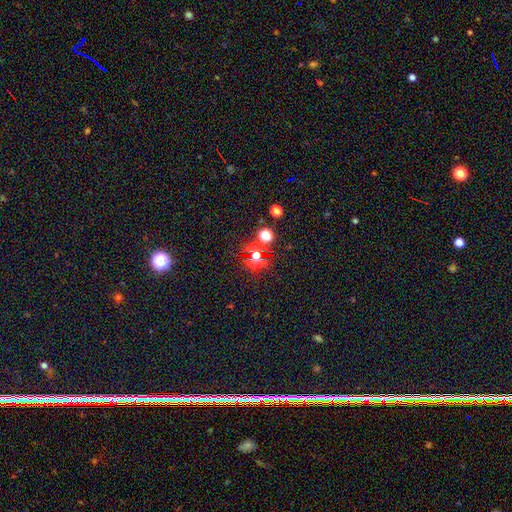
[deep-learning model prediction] Smooth or featured?
  - star or artifact: 63% *
  - smooth: 28%
  - featured or disk: 9%